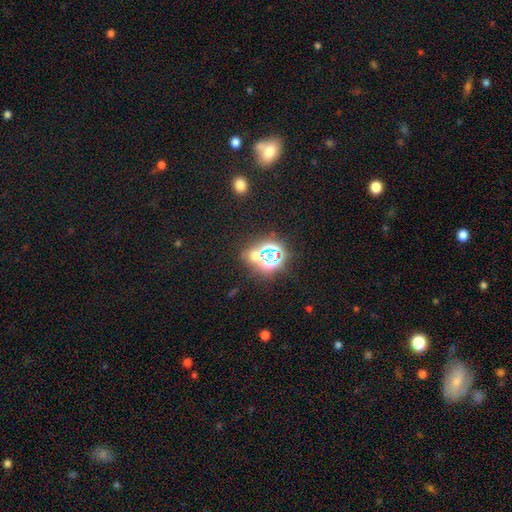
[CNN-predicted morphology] The model was most divided on "smooth or featured": star or artifact: 59%, smooth: 30%, featured or disk: 10%.